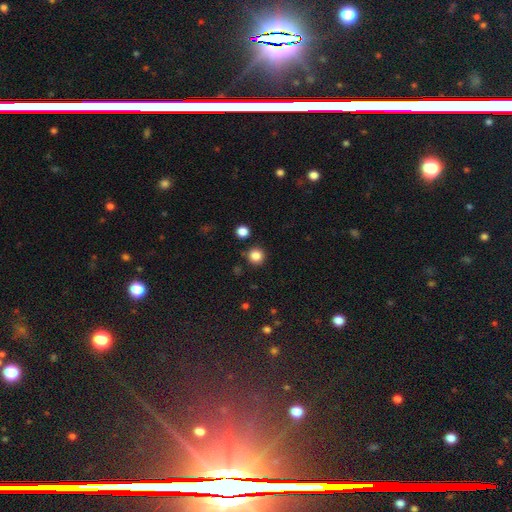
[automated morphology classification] smooth_or_featured: smooth (p=0.85) [alt: star or artifact p=0.12]
how_rounded: round (p=0.93) [alt: in between p=0.06]
merging: none (p=0.88) [alt: minor disturbance p=0.06]